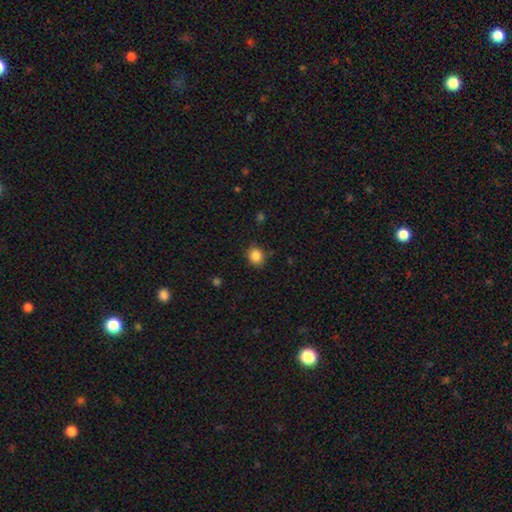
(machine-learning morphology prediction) smooth 85%, star or artifact 10%, featured or disk 5%. Down the decision tree: how rounded — round (76%); merging — none (86%).